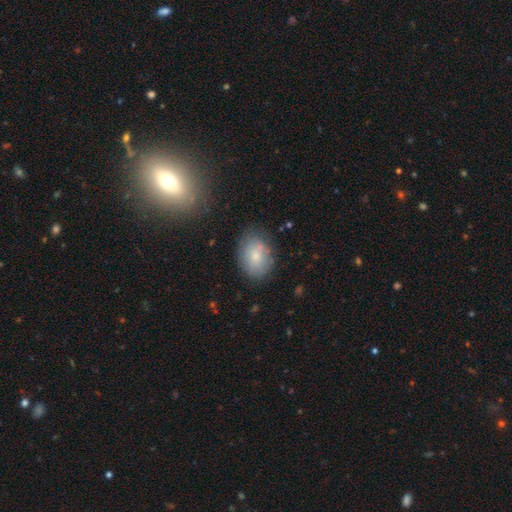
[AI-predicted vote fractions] A smooth galaxy with no disk features (77%) that is in between round and cigar-shaped (76%).

Vote fractions:
- Smooth or featured? smooth: 77% / featured or disk: 15% / star or artifact: 8%
- How rounded? in between: 76% / round: 23% / cigar-shaped: 1%
- Merging? none: 74% / minor disturbance: 18% / major disturbance: 5% / merger: 3%